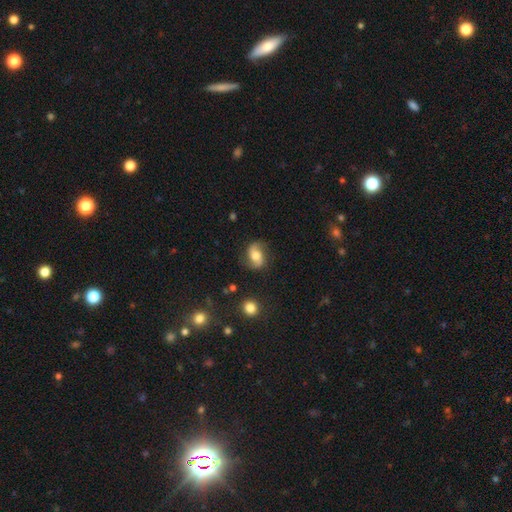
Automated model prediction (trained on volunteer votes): featured or disk 63%, smooth 28%, star or artifact 9%. Down the decision tree: edge-on disk — no (96%); bar — no (54%); spiral arms — yes (91%); spiral arm count — 2 (92%); spiral winding — loose (64%); bulge size — moderate (63%); merging — none (77%).